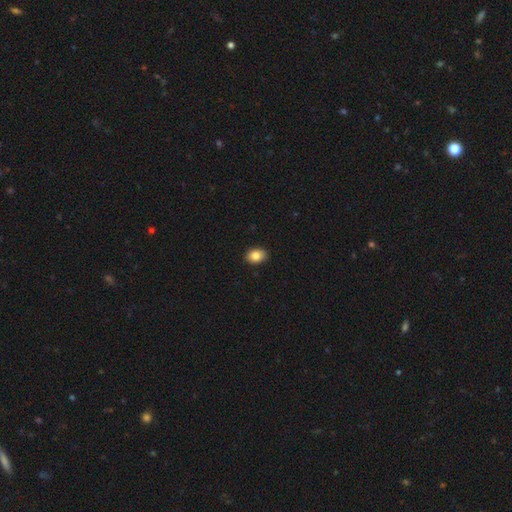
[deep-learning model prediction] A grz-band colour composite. It shows a smooth galaxy with no disk features (85%) that is in between round and cigar-shaped (74%). Merging: none (90%).